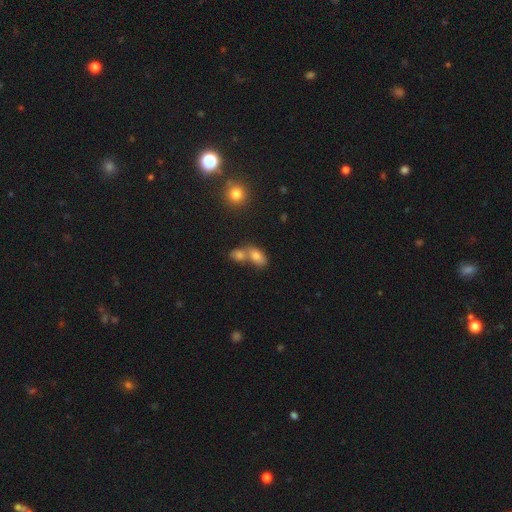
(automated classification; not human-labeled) smooth-or-featured: smooth: 77% | featured or disk: 12% | star or artifact: 11%
  how-rounded: in between: 85% | round: 12% | cigar-shaped: 3%
  merging: merger: 56% | none: 32% | minor disturbance: 9% | major disturbance: 4%